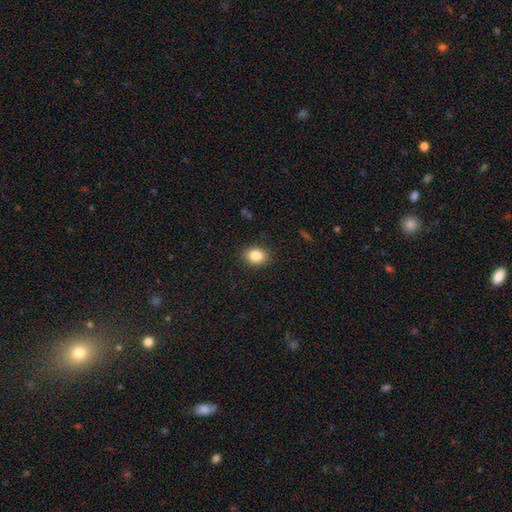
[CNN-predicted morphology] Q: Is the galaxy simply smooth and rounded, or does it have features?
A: smooth — 85%.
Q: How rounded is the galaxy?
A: in between — 56%.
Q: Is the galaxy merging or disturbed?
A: none — 88%.